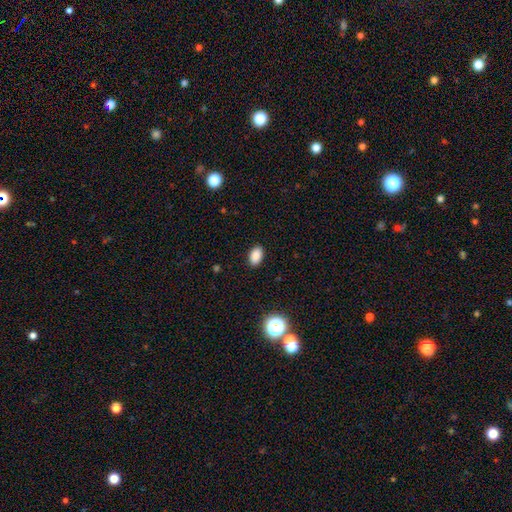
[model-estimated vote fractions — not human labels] smooth 87%, star or artifact 10%, featured or disk 3%. Down the decision tree: how rounded — in between (90%); merging — none (89%).